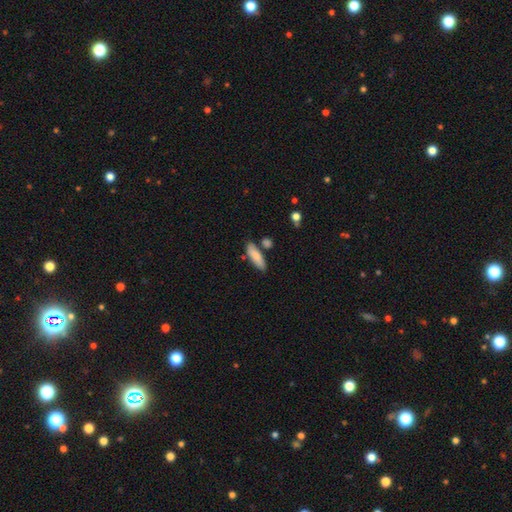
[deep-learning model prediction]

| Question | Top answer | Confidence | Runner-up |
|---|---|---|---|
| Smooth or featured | smooth | 81% | featured or disk (13%) |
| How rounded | in between | 53% | cigar-shaped (45%) |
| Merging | none | 73% | minor disturbance (14%) |